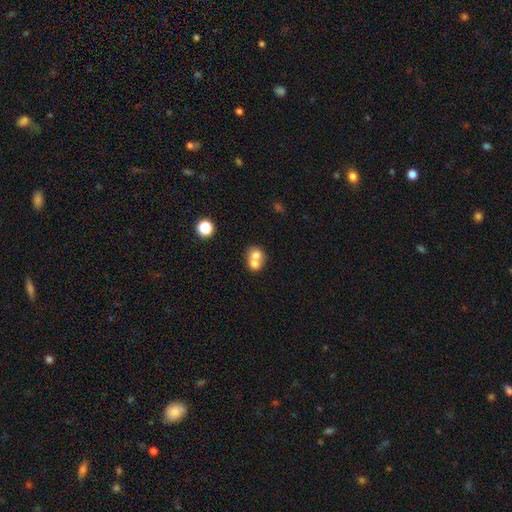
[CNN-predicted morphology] smooth 68%, featured or disk 22%, star or artifact 10%. Down the decision tree: how rounded — round (68%); merging — merger (68%).